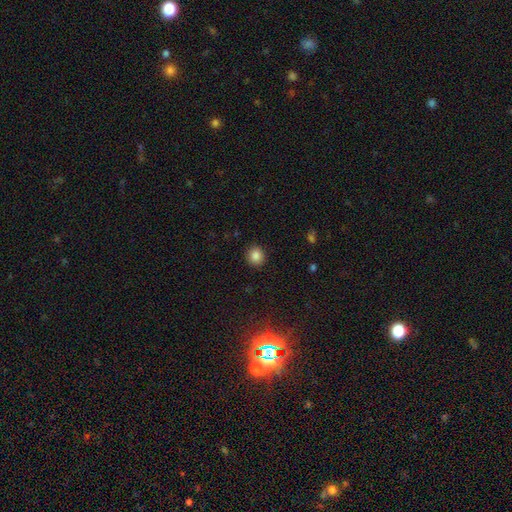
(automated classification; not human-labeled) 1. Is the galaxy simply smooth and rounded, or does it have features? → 85% smooth, 11% star or artifact, 4% featured or disk.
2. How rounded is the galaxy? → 90% round, 10% in between, 1% cigar-shaped.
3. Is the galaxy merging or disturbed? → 91% none, 6% minor disturbance, 2% major disturbance, 1% merger.